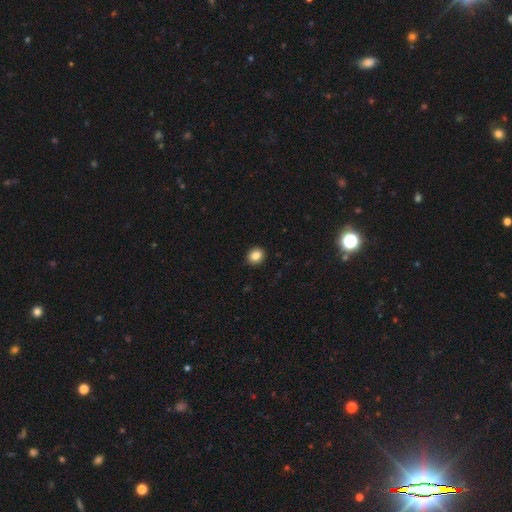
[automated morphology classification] smooth-or-featured: smooth: 86% | star or artifact: 10% | featured or disk: 5%
  how-rounded: round: 72% | in between: 27% | cigar-shaped: 1%
  merging: none: 92% | minor disturbance: 5% | major disturbance: 2% | merger: 1%